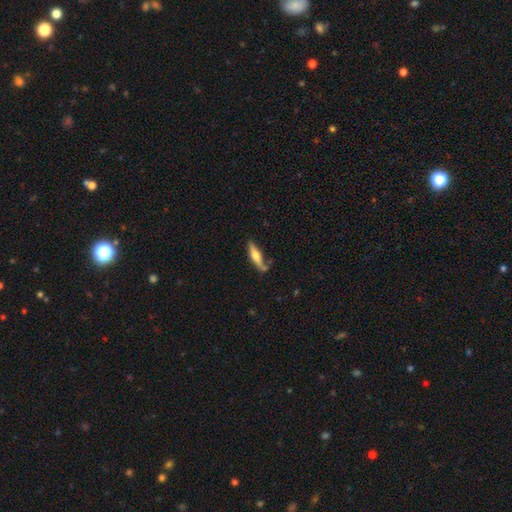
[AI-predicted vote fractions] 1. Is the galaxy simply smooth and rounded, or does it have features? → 48% smooth, 46% featured or disk, 6% star or artifact.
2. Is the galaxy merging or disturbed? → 67% none, 19% minor disturbance, 9% merger, 5% major disturbance.